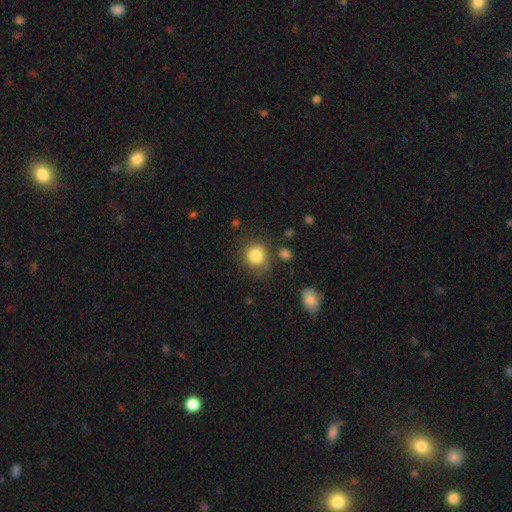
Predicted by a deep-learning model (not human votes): Smooth or featured? smooth (83%)
How rounded? round (86%)
Merging? none (76%)